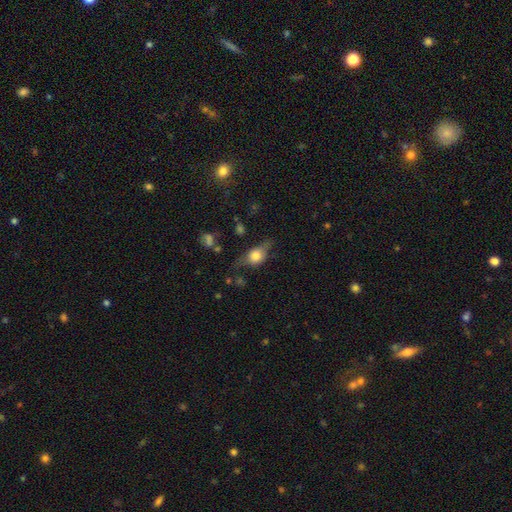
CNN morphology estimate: Q: Smooth or featured?
A: smooth (56%); runner-up: featured or disk (35%)
Q: How rounded?
A: in between (57%); runner-up: round (35%)
Q: Merging?
A: none (55%); runner-up: minor disturbance (27%)